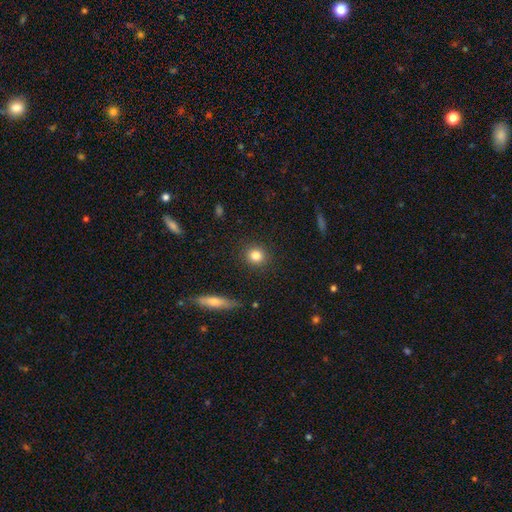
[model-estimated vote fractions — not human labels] Smooth or featured?
  - smooth: 82% *
  - star or artifact: 10%
  - featured or disk: 7%
How rounded?
  - round: 88% *
  - in between: 11%
  - cigar-shaped: 2%
Merging?
  - none: 90% *
  - minor disturbance: 6%
  - major disturbance: 2%
  - merger: 1%